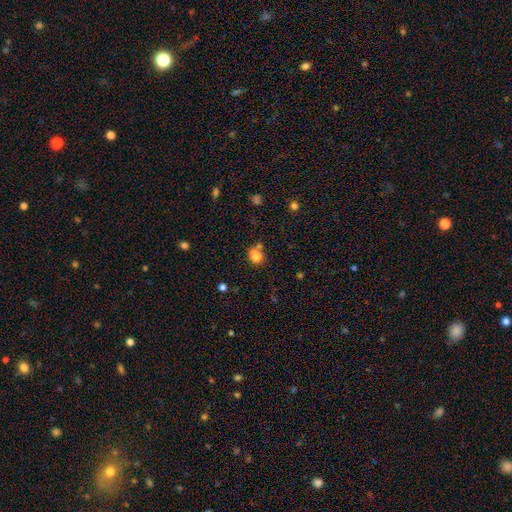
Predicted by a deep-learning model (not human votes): Smooth or featured?
  - smooth: 75% *
  - star or artifact: 14%
  - featured or disk: 12%
How rounded?
  - round: 57% *
  - in between: 42%
  - cigar-shaped: 1%
Merging?
  - none: 42% *
  - merger: 40%
  - minor disturbance: 13%
  - major disturbance: 6%